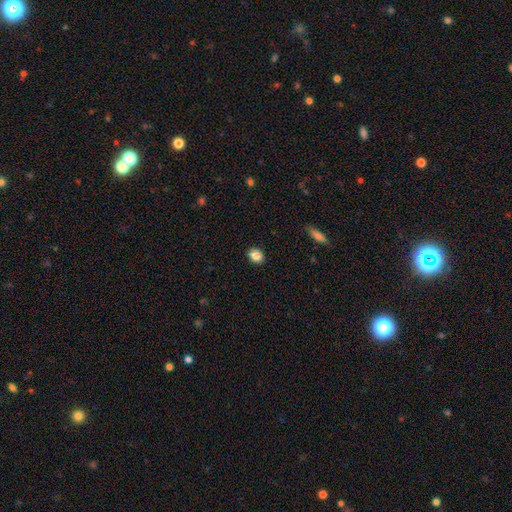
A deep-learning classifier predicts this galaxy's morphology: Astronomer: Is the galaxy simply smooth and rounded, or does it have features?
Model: smooth — 86%.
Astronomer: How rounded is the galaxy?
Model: in between — 60% (runner-up: round, 39%).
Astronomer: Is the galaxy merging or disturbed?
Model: none — 89%.